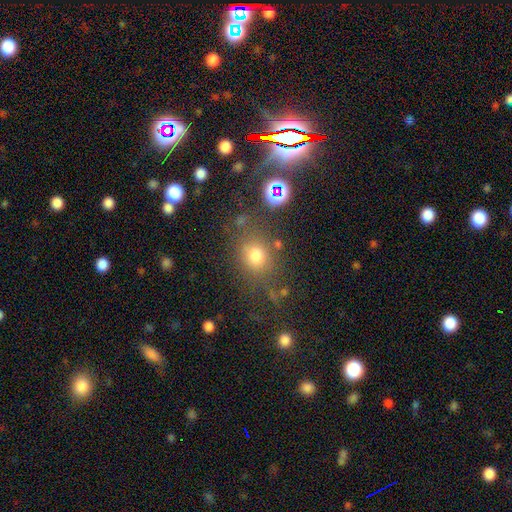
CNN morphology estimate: The model was most divided on "how rounded": round: 67%, in between: 32%, cigar-shaped: 1%. More confident: smooth or featured — smooth (71%); merging — none (71%).